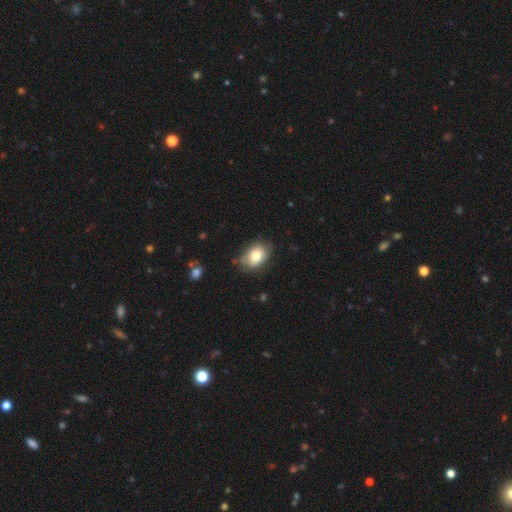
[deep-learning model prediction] Smooth or featured? smooth (78%)
How rounded? in between (79%)
Merging? none (73%)